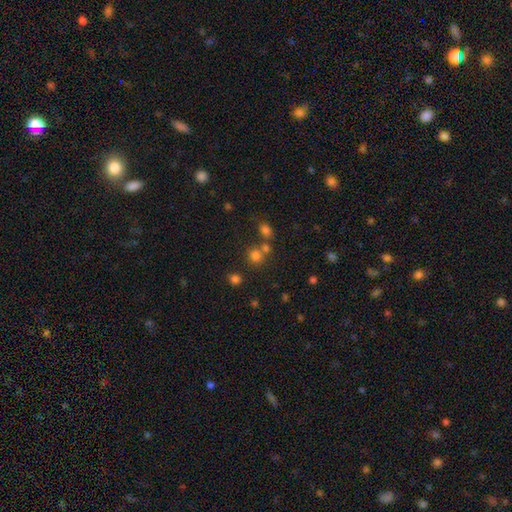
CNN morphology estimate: smooth 73%, star or artifact 20%, featured or disk 8%. Down the decision tree: how rounded — round (84%); merging — none (63%).